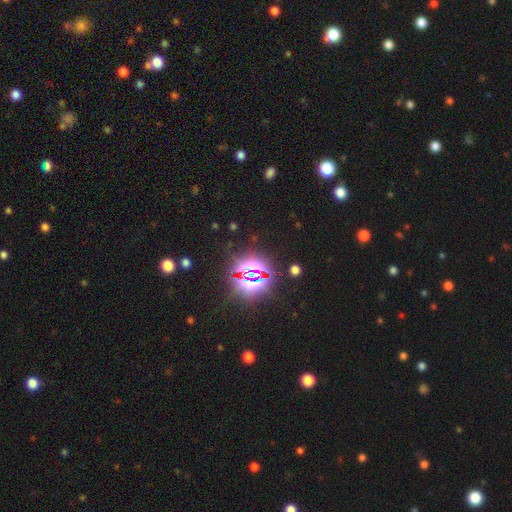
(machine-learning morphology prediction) Smooth or featured? star or artifact (85%)